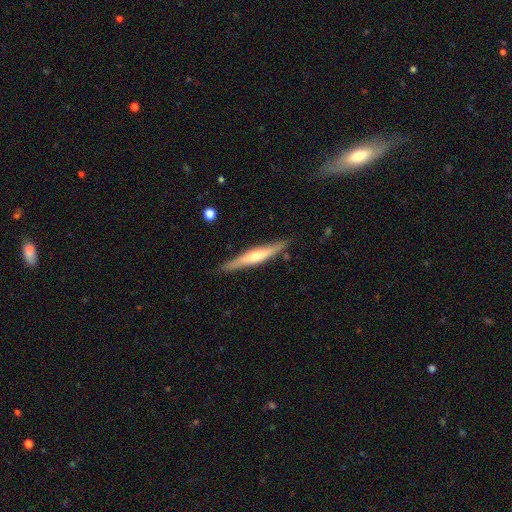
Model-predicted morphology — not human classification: A featured or disk galaxy (62%) viewed edge-on (94%) with a rounded central bulge (79%). Merging: none (87%).